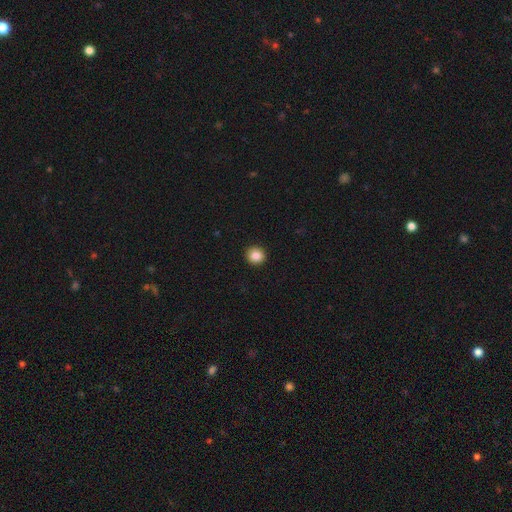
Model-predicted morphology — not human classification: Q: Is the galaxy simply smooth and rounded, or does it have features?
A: smooth — 86%.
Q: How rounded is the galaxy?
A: round — 92%.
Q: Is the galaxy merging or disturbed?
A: none — 93%.